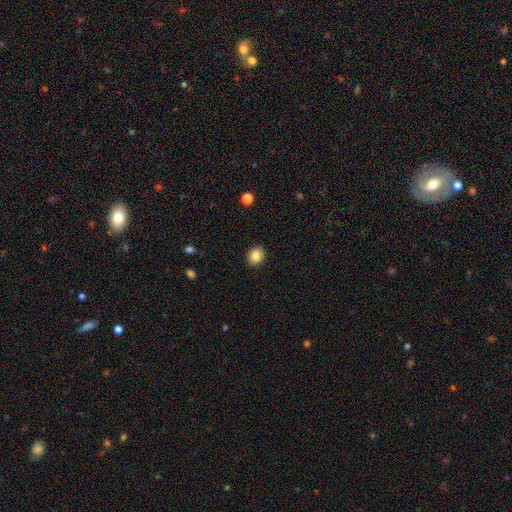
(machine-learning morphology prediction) type=smooth (86%); roundness=round (55%); merging=none (89%).